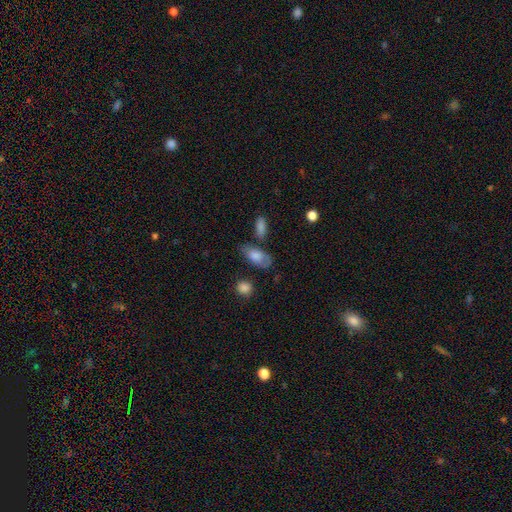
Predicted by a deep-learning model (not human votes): Smooth or featured: smooth — 70% (featured or disk — 21%)
How rounded: in between — 87% (cigar-shaped — 7%)
Merging: none — 58% (minor disturbance — 23%)